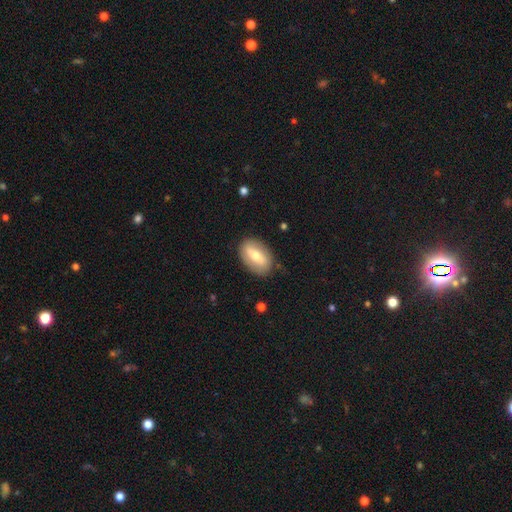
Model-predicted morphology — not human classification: This is possibly a smooth galaxy (55%). How rounded: clearly in between (87%). Merging: clearly none (82%).